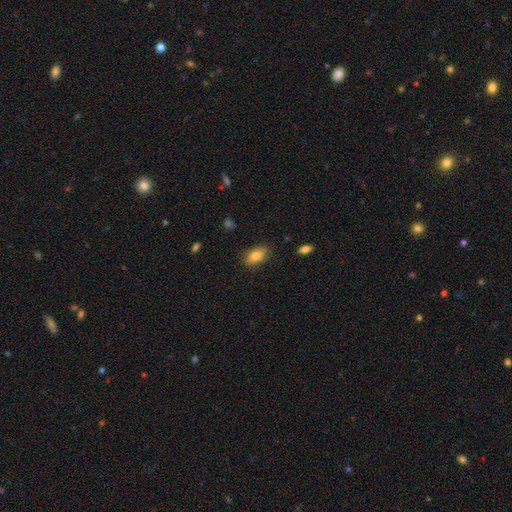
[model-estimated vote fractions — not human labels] Smooth or featured? smooth (82%)
How rounded? in between (89%)
Merging? none (82%)